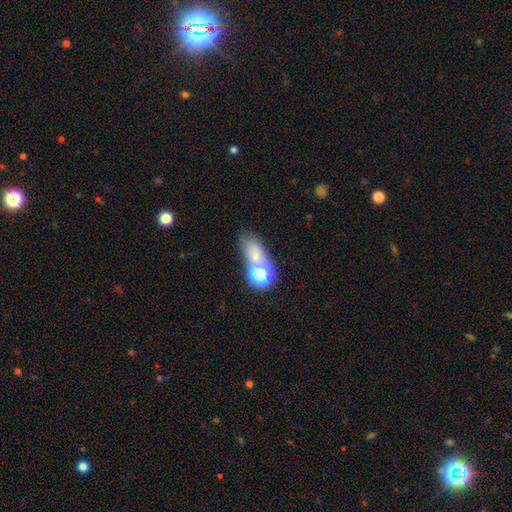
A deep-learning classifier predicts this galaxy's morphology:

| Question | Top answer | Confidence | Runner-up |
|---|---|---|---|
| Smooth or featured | smooth | 59% | star or artifact (25%) |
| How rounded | in between | 67% | round (29%) |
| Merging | none | 44% | merger (33%) |